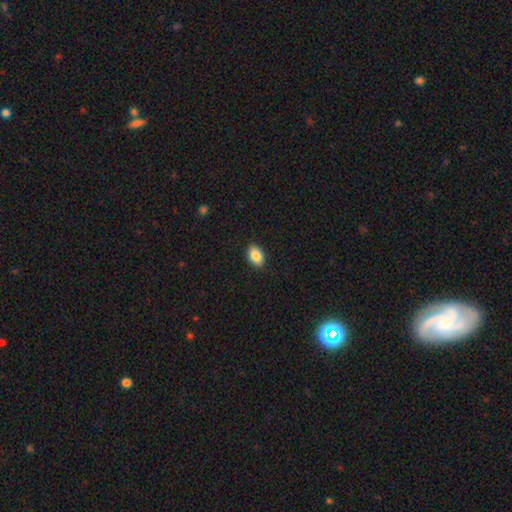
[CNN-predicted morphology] Smooth or featured? Predicted: smooth (p=0.86). How rounded? Predicted: in between (p=0.86). Merging? Predicted: none (p=0.90).